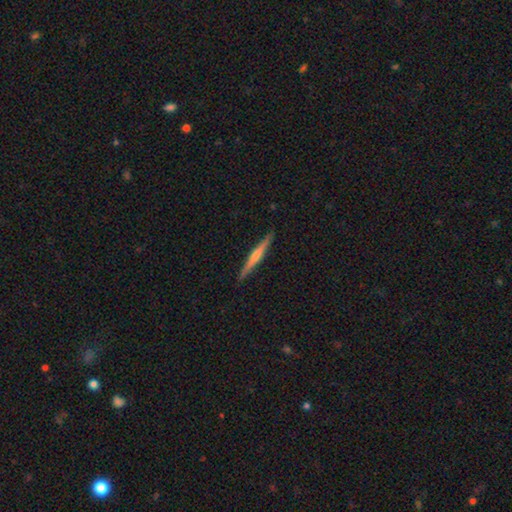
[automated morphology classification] This is possibly a featured or disk galaxy (59%). It is clearly viewed edge-on (98%). Edge-on bulge: possibly rounded (54%). Merging: clearly none (91%).